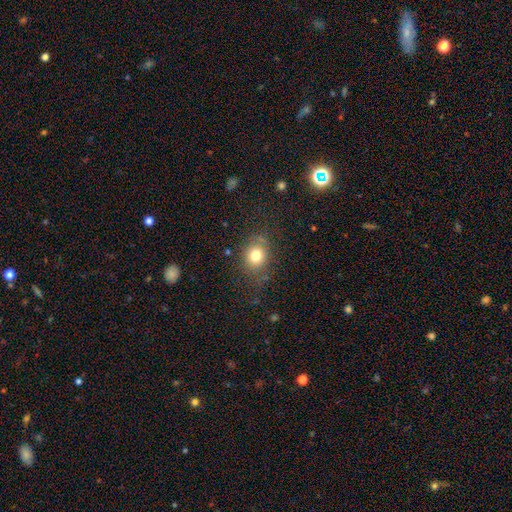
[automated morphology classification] type=smooth (77%); roundness=round (67%); merging=none (74%).